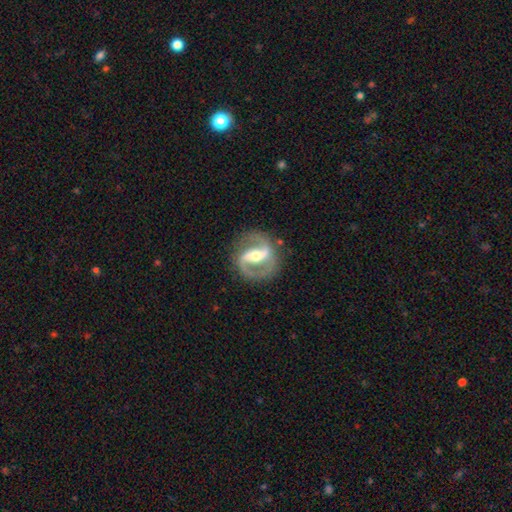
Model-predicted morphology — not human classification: A featured or disk galaxy (89%) with a strong bar (58%), 2 (92%) medium (57%) spiral arms (94%) and a moderate central bulge (66%).

Vote fractions:
- Smooth or featured? featured or disk: 89% / smooth: 6% / star or artifact: 5%
- Edge-on disk? no: 97% / yes: 3%
- Bar? strong: 58% / weak: 30% / no: 13%
- Spiral arms? yes: 94% / no: 6%
- Spiral winding? medium: 57% / tight: 22% / loose: 21%
- Spiral arm count? 2: 92% / 1: 3% / can't tell: 3% / 3: 1% / 4: 1% / more than 4: 1%
- Bulge size? moderate: 66% / small: 26% / large: 6% / none: 1% / dominant: 1%
- Merging? none: 83% / minor disturbance: 11% / major disturbance: 5% / merger: 1%